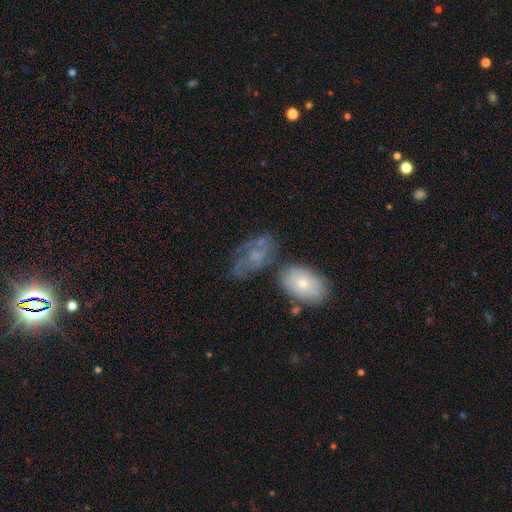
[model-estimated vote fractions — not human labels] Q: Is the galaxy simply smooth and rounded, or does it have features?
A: featured or disk — 64%.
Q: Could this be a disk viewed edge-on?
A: no — 95%.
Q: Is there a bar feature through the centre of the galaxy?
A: no — 68%.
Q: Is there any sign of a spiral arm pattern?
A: yes — 78%.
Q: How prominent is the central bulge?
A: small — 50%.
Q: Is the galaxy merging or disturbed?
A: none — 48%.